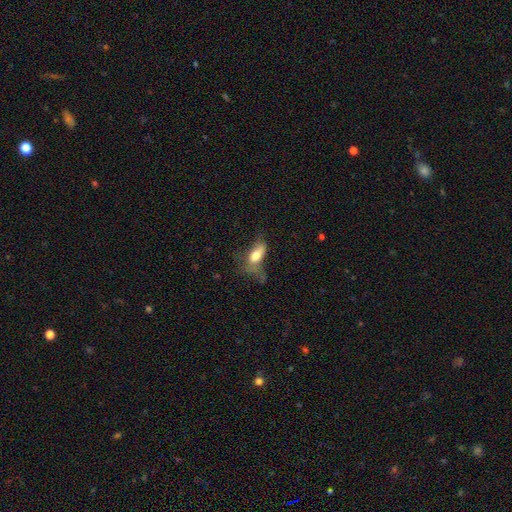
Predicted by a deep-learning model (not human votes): Smooth or featured? Predicted: smooth (p=0.65). How rounded? Predicted: in between (p=0.81). Merging? Predicted: major disturbance (p=0.50).